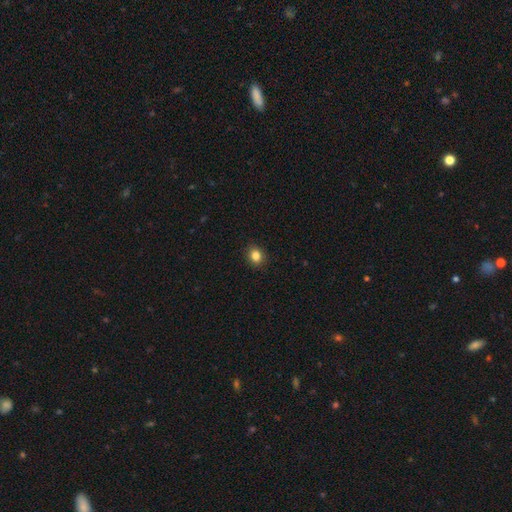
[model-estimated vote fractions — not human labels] The model was most divided on "how rounded": round: 64%, in between: 35%, cigar-shaped: 1%. More confident: merging — none (91%); smooth or featured — smooth (85%).